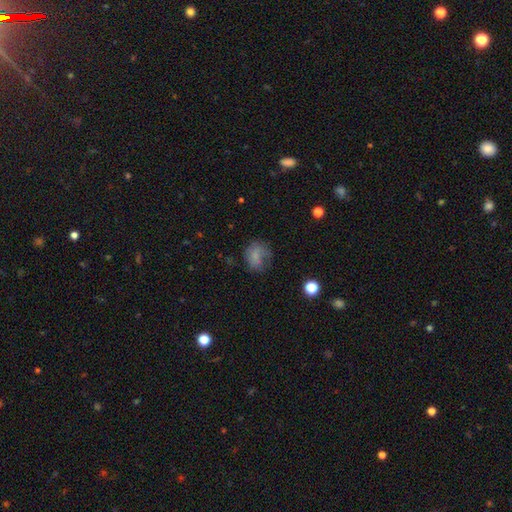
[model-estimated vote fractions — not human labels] This appears to be a smooth galaxy with no disk features (67%) that is round (59%). Merging: none (46%).